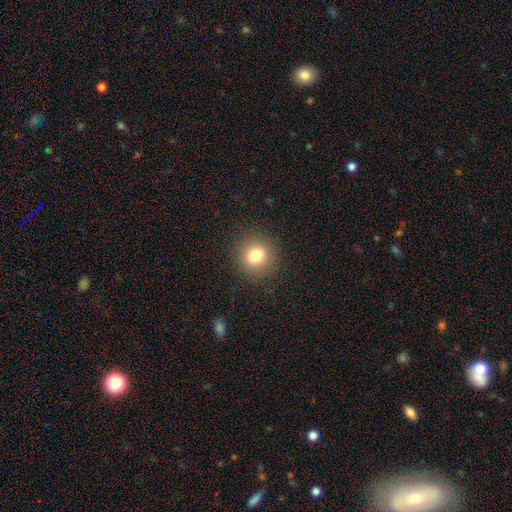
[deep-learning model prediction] This appears to be a smooth galaxy with no disk features (79%) that is round (92%). Merging: none (90%).